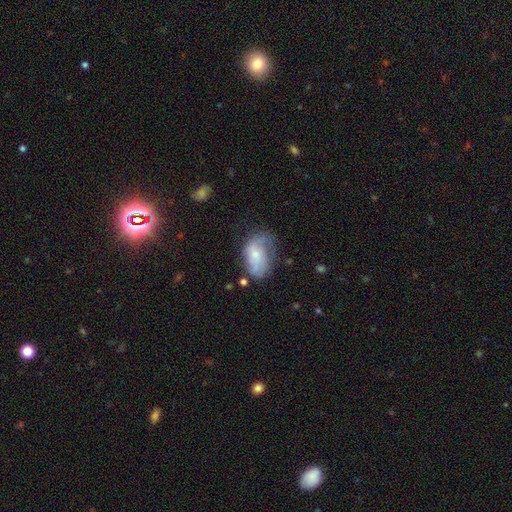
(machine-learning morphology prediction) This is possibly a featured or disk galaxy (50%). It is clearly not viewed edge-on (95%). Merging: marginally none (43%).